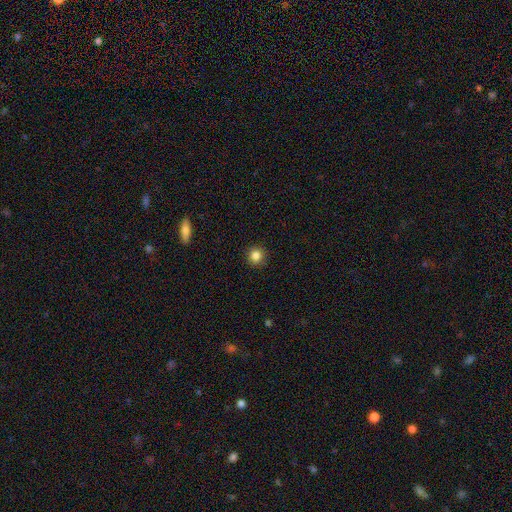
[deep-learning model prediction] smooth_or_featured: smooth (p=0.84) [alt: star or artifact p=0.11]
how_rounded: round (p=0.94) [alt: in between p=0.05]
merging: none (p=0.92) [alt: minor disturbance p=0.05]